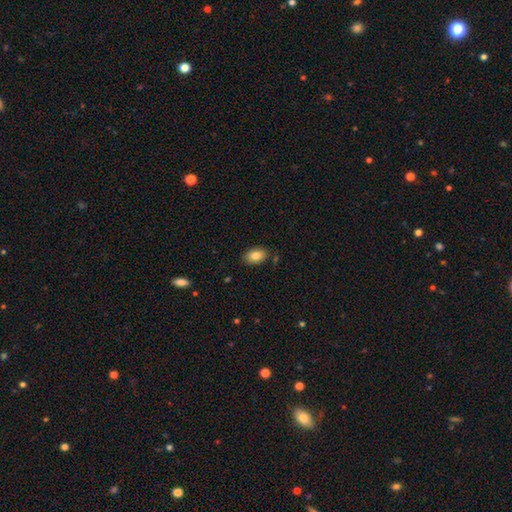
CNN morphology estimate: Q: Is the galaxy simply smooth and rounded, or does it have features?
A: smooth — 83%.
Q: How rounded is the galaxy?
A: in between — 89%.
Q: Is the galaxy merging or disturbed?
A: none — 83%.